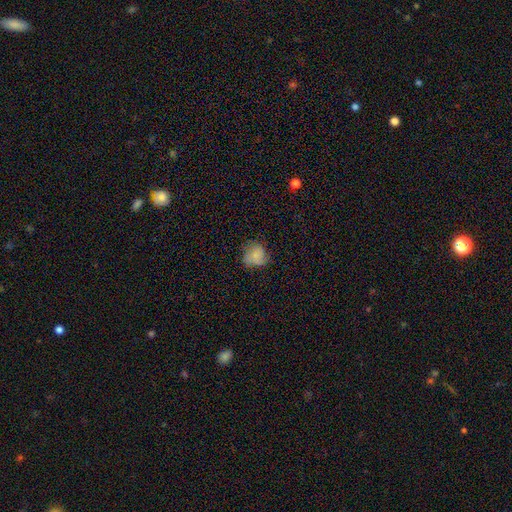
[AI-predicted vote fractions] A smooth galaxy with no disk features (74%) that is round (77%).

Vote fractions:
- Smooth or featured? smooth: 74% / featured or disk: 16% / star or artifact: 10%
- How rounded? round: 77% / in between: 22% / cigar-shaped: 1%
- Merging? none: 58% / minor disturbance: 29% / major disturbance: 11% / merger: 2%